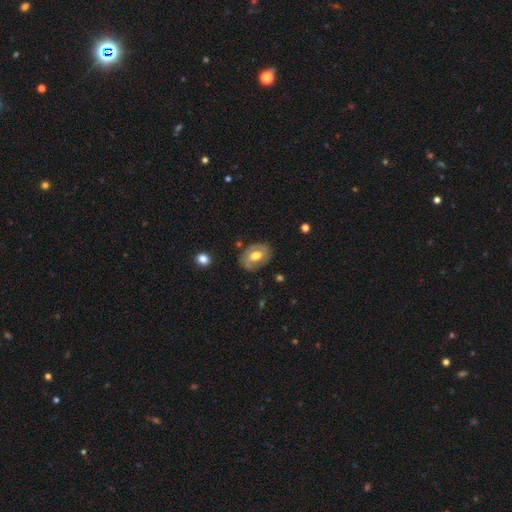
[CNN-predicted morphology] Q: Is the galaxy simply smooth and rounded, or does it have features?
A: featured or disk — 58%.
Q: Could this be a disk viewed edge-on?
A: no — 94%.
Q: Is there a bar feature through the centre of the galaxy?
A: weak — 41%.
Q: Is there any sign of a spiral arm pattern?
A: yes — 59%.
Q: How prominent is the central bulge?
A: moderate — 69%.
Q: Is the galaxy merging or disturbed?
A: none — 78%.